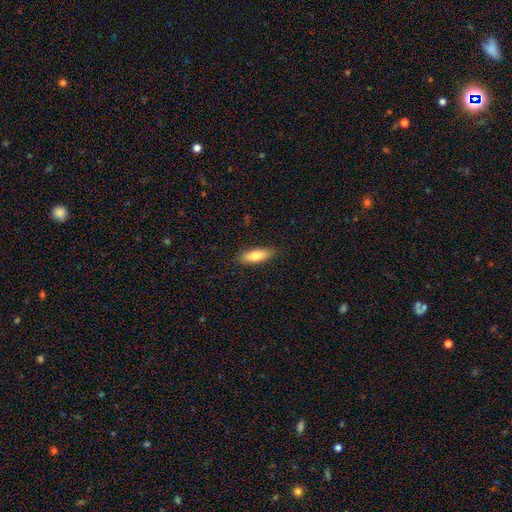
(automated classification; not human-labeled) Q: Smooth or featured?
A: smooth (80%); runner-up: featured or disk (14%)
Q: How rounded?
A: in between (67%); runner-up: cigar-shaped (31%)
Q: Merging?
A: none (87%); runner-up: minor disturbance (10%)